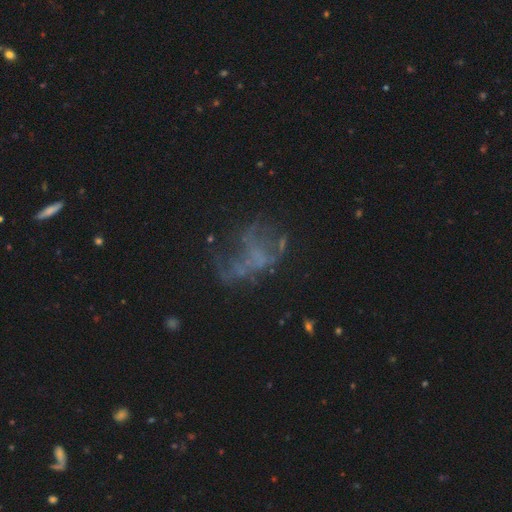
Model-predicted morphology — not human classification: Smooth or featured? featured or disk (56%)
Edge-on disk? no (97%)
Bar? no (88%)
Spiral arms? no (83%)
Bulge size? none (81%)
Merging? none (43%)